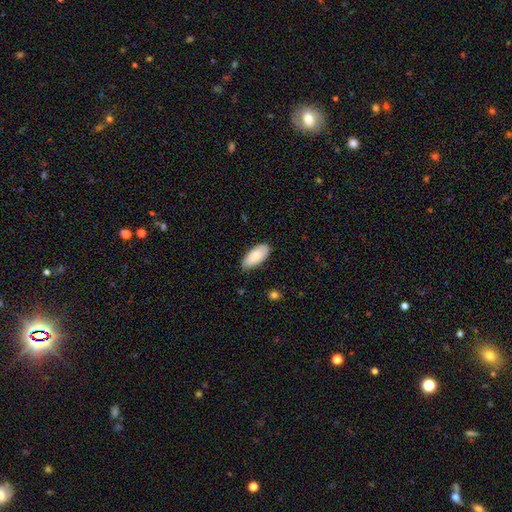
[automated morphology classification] smooth-or-featured: smooth: 81% | featured or disk: 13% | star or artifact: 6%
  how-rounded: in between: 92% | cigar-shaped: 6% | round: 2%
  merging: none: 78% | minor disturbance: 18% | major disturbance: 2% | merger: 1%